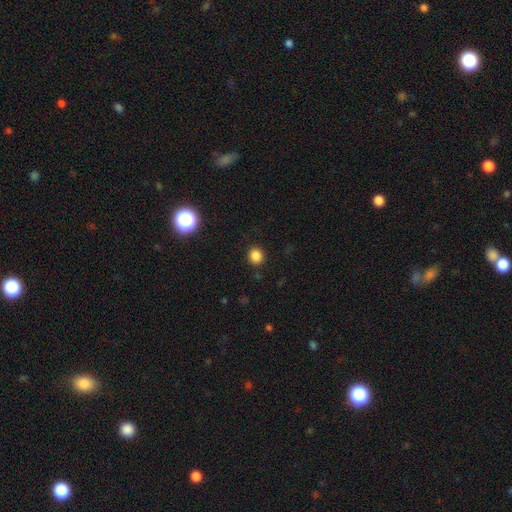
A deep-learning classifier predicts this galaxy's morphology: Smooth or featured: smooth — 84% (star or artifact — 12%)
How rounded: round — 84% (in between — 15%)
Merging: none — 90% (minor disturbance — 6%)